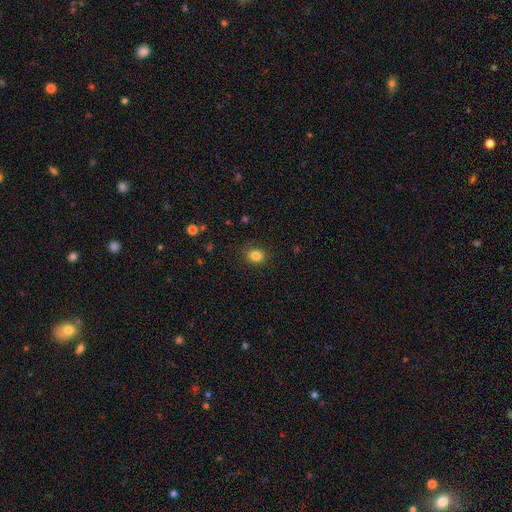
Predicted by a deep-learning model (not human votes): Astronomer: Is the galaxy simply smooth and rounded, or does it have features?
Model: smooth — 83%.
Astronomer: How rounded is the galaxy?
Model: round — 69%.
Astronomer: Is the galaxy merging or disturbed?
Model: none — 87%.